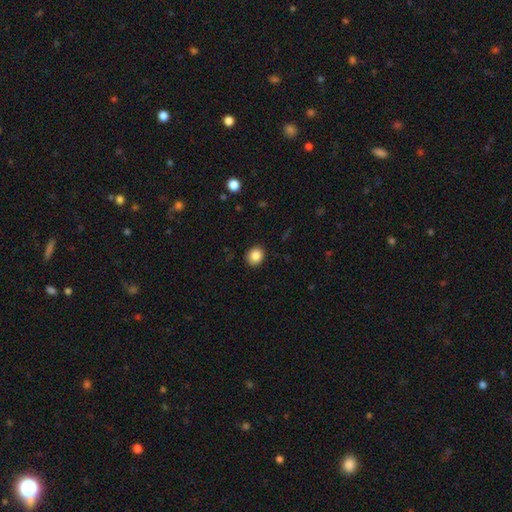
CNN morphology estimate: Q: Smooth or featured?
A: smooth (86%); runner-up: star or artifact (10%)
Q: How rounded?
A: round (72%); runner-up: in between (27%)
Q: Merging?
A: none (90%); runner-up: minor disturbance (7%)